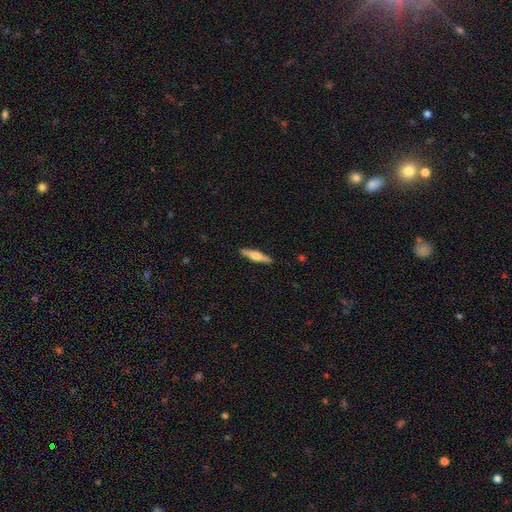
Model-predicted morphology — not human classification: Smooth or featured? Predicted: featured or disk (p=0.62). Edge-on disk? Predicted: yes (p=0.97). Edge-on bulge? Predicted: rounded (p=0.93). Merging? Predicted: none (p=0.91).